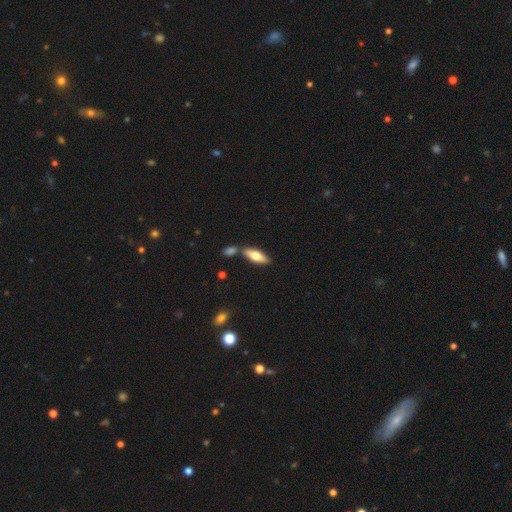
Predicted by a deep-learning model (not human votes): Q: Smooth or featured?
A: smooth (64%); runner-up: featured or disk (30%)
Q: How rounded?
A: in between (62%); runner-up: cigar-shaped (36%)
Q: Merging?
A: none (69%); runner-up: merger (16%)